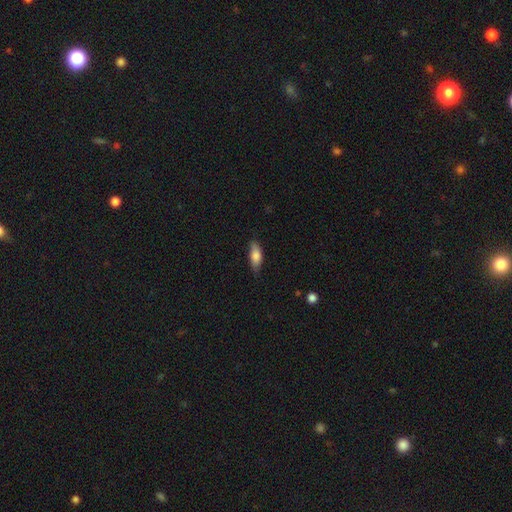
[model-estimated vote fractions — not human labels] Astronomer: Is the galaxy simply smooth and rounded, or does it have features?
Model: smooth — 76%.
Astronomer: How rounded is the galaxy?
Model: in between — 66%.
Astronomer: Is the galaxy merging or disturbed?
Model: none — 77%.